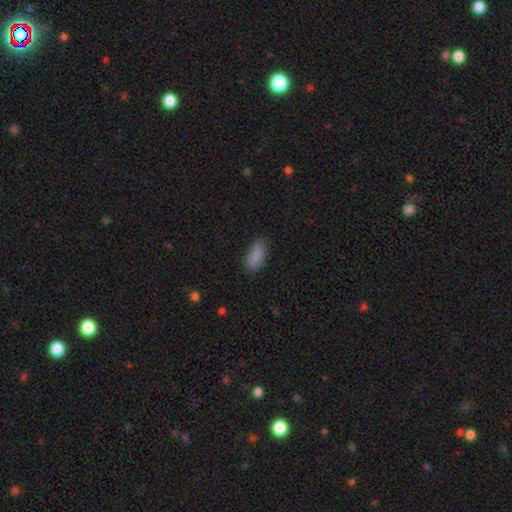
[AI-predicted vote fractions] Overall: smooth (87%). How rounded: in between (80%). Merging: none (85%).